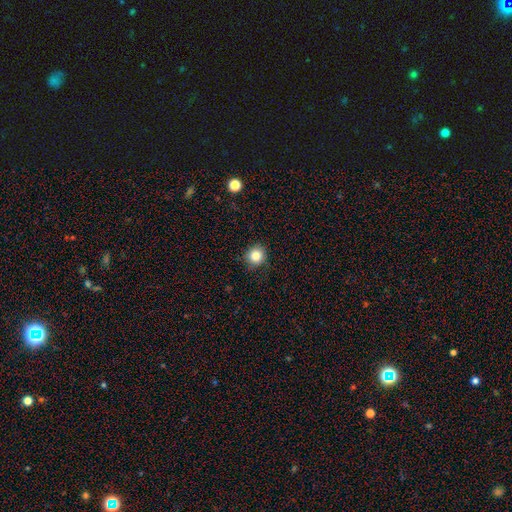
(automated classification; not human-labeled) Morphology: type=smooth (83%); roundness=round (90%); merging=none (86%).